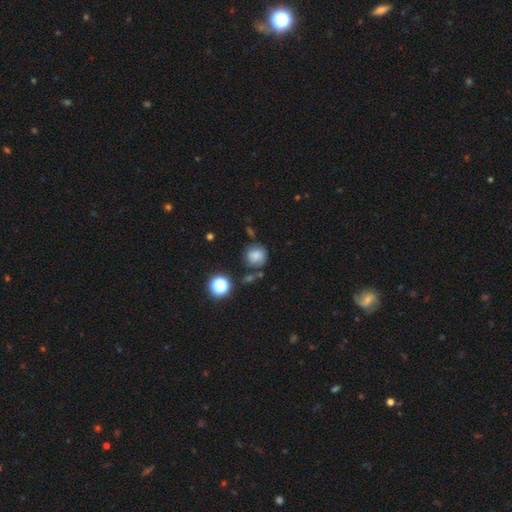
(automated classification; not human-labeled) The model was most divided on "merging": none: 59%, minor disturbance: 22%, major disturbance: 10%, merger: 9%. More confident: how rounded — round (84%); smooth or featured — smooth (69%).